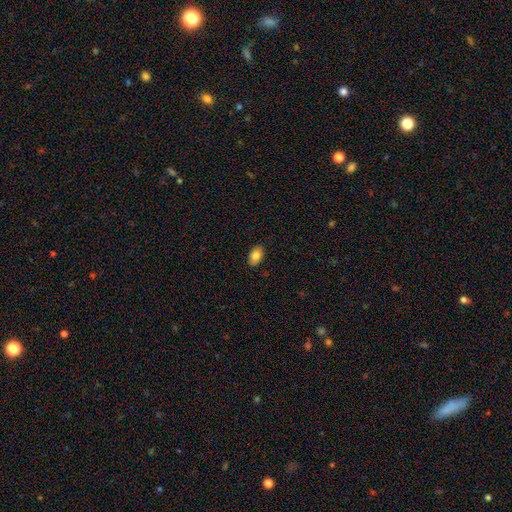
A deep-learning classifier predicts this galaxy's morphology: A smooth galaxy with no disk features (84%) that is in between round and cigar-shaped (91%). Merging: none (88%).